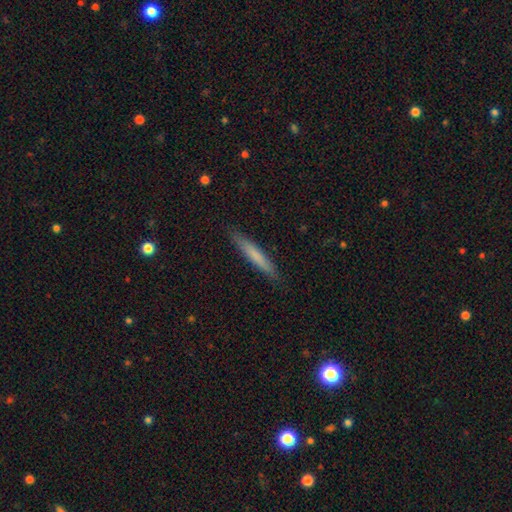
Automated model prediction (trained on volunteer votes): Smooth or featured? smooth (71%)
How rounded? cigar-shaped (94%)
Merging? none (89%)